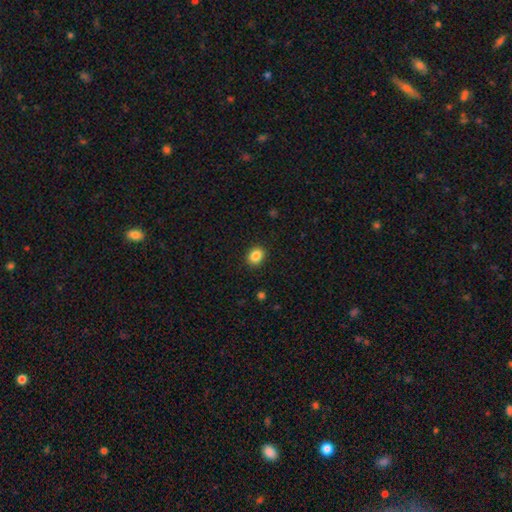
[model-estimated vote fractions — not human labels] Q: Smooth or featured?
A: smooth (85%); runner-up: star or artifact (10%)
Q: How rounded?
A: round (59%); runner-up: in between (40%)
Q: Merging?
A: none (91%); runner-up: minor disturbance (6%)